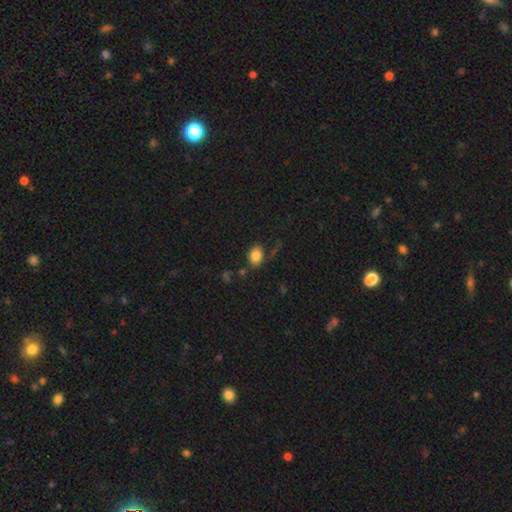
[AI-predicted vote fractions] smooth 84%, star or artifact 10%, featured or disk 6%. Down the decision tree: how rounded — in between (64%); merging — none (76%).